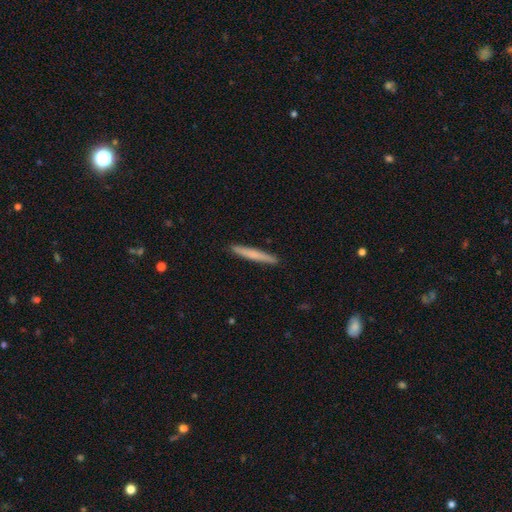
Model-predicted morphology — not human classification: Overall: smooth (62%; featured or disk 31%). How rounded: cigar-shaped (97%). Merging: none (92%).